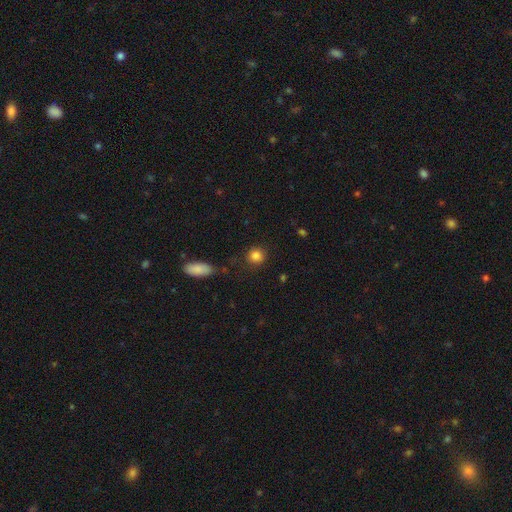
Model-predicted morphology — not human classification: A smooth galaxy with no disk features (85%) that is round (85%). Merging: none (83%).